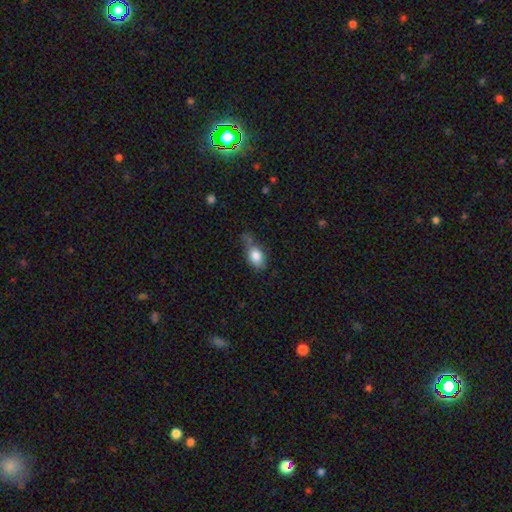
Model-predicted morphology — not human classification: Smooth or featured?
  - smooth: 82% *
  - featured or disk: 10%
  - star or artifact: 8%
How rounded?
  - in between: 80% *
  - round: 17%
  - cigar-shaped: 4%
Merging?
  - none: 41% *
  - minor disturbance: 36%
  - major disturbance: 15%
  - merger: 8%